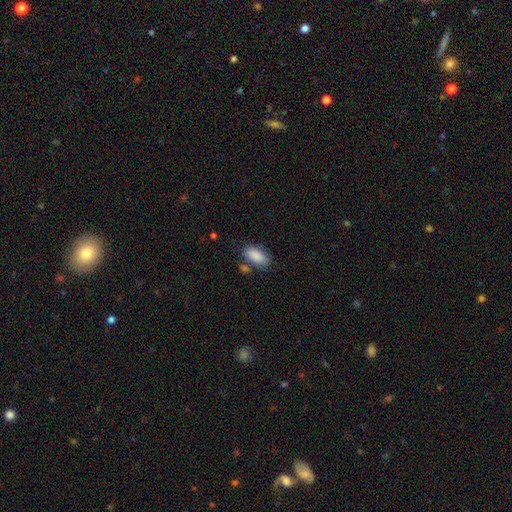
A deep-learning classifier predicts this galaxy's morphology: smooth_or_featured: smooth (p=0.88) [alt: star or artifact p=0.07]
how_rounded: in between (p=0.93) [alt: cigar-shaped p=0.05]
merging: none (p=0.68) [alt: minor disturbance p=0.16]